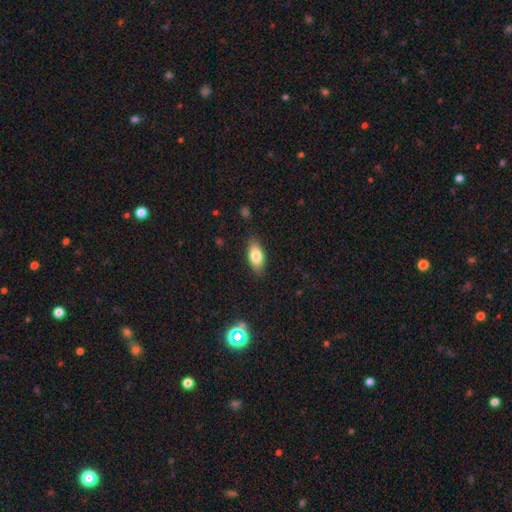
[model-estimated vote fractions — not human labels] Overall: smooth (80%). How rounded: in between (86%). Merging: none (86%).